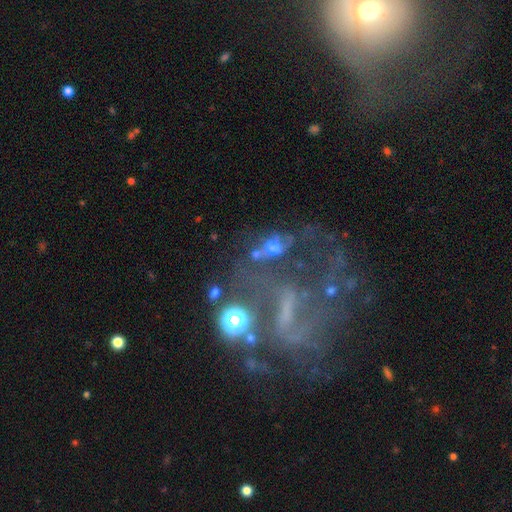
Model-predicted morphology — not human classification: Smooth or featured?
  - featured or disk: 48% *
  - star or artifact: 28%
  - smooth: 24%
Merging?
  - none: 39% *
  - major disturbance: 24%
  - merger: 21%
  - minor disturbance: 16%